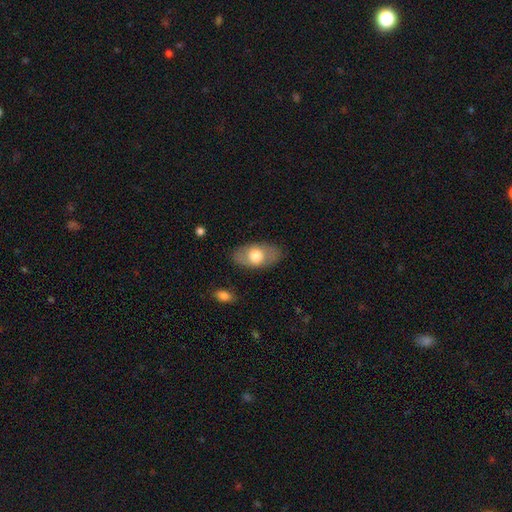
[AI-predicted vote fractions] A smooth galaxy with no disk features (63%) that is in between round and cigar-shaped (91%).

Vote fractions:
- Smooth or featured? smooth: 63% / featured or disk: 31% / star or artifact: 6%
- How rounded? in between: 91% / round: 6% / cigar-shaped: 2%
- Merging? none: 82% / minor disturbance: 13% / major disturbance: 4% / merger: 1%